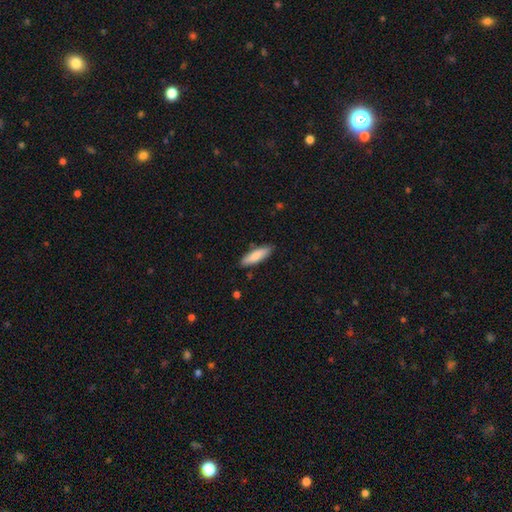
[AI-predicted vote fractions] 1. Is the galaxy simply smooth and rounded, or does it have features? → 83% smooth, 11% featured or disk, 6% star or artifact.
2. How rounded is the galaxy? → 58% cigar-shaped, 40% in between, 1% round.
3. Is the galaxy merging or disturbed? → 85% none, 11% minor disturbance, 2% merger, 2% major disturbance.